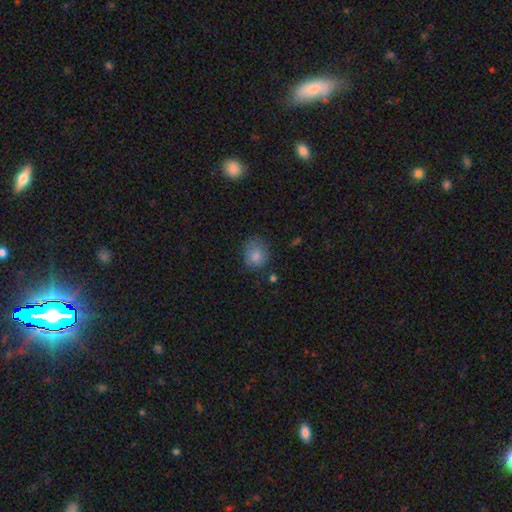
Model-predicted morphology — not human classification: Q: Smooth or featured?
A: smooth (82%); runner-up: star or artifact (9%)
Q: How rounded?
A: round (66%); runner-up: in between (33%)
Q: Merging?
A: none (62%); runner-up: minor disturbance (25%)